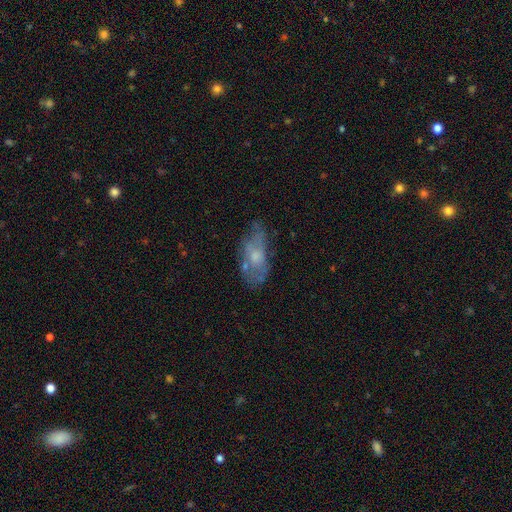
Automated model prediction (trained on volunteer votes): This appears to be a featured or disk galaxy (47%). Merging: none (52%).